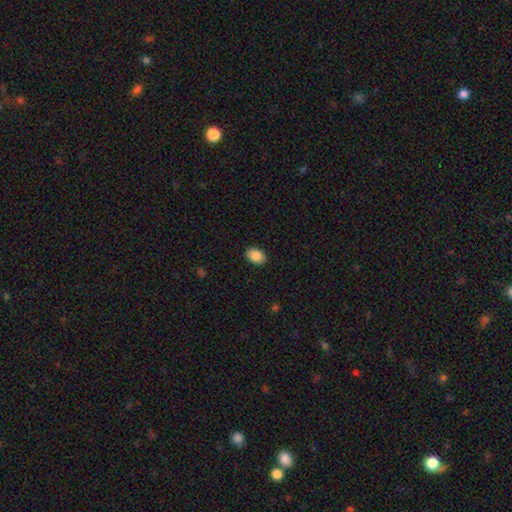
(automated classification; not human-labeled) A smooth galaxy with no disk features (87%) that is in between round and cigar-shaped (81%). Merging: none (89%).